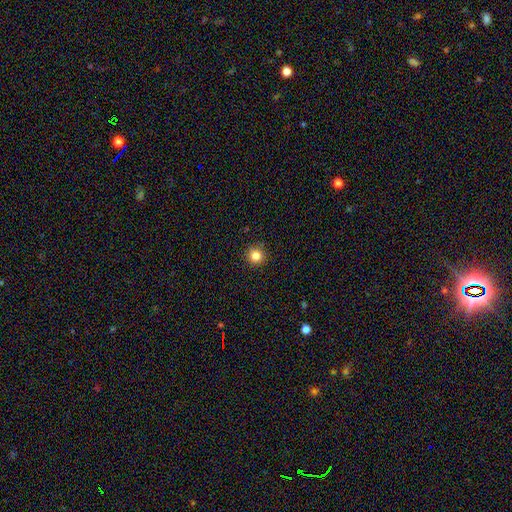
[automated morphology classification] smooth-or-featured: smooth: 84% | star or artifact: 12% | featured or disk: 5%
  how-rounded: round: 95% | in between: 4% | cigar-shaped: 1%
  merging: none: 92% | minor disturbance: 5% | major disturbance: 2% | merger: 1%